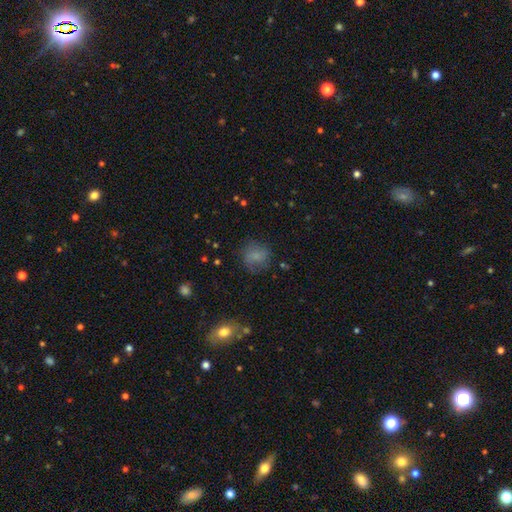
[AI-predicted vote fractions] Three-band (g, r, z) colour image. It shows a smooth galaxy with no disk features (66%) that is round (76%). Merging: none (67%).